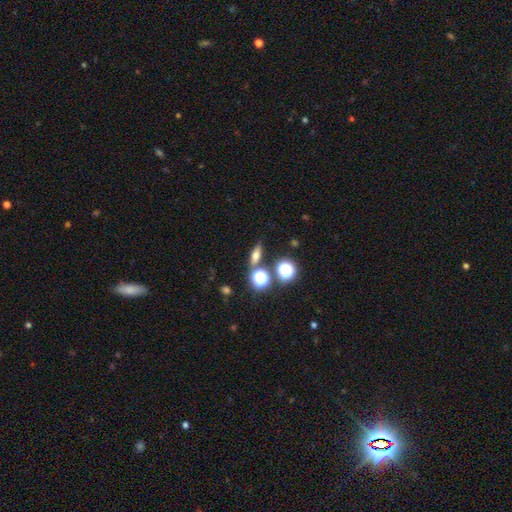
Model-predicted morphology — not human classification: This is possibly a smooth galaxy (55%). How rounded: possibly in between (46%). Merging: likely none (77%).